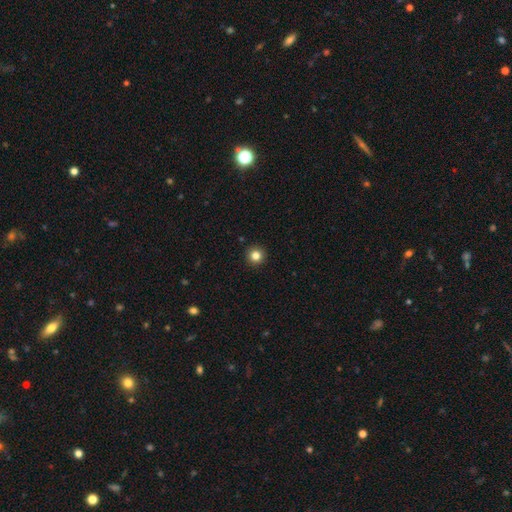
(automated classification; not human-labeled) Smooth or featured? smooth (83%)
How rounded? round (96%)
Merging? none (94%)